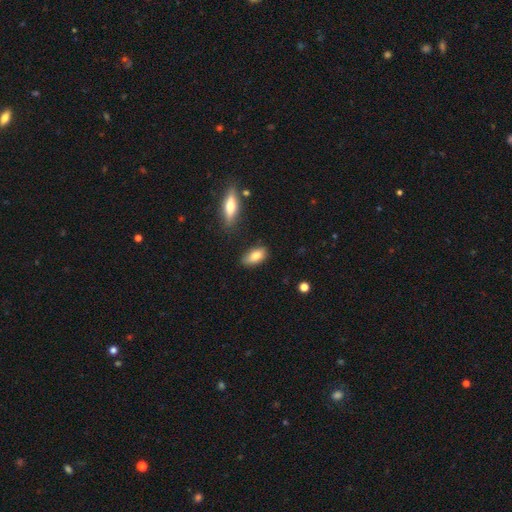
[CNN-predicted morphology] smooth 81%, featured or disk 12%, star or artifact 7%. Down the decision tree: how rounded — in between (87%); merging — none (79%).